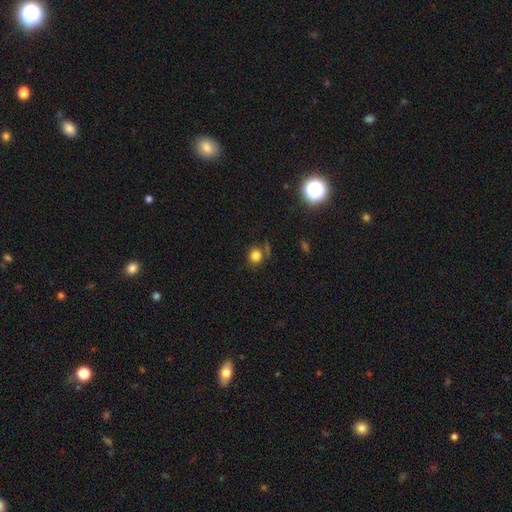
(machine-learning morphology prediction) This appears to be a smooth galaxy with no disk features (79%) that is round (83%). Merging: none (73%).